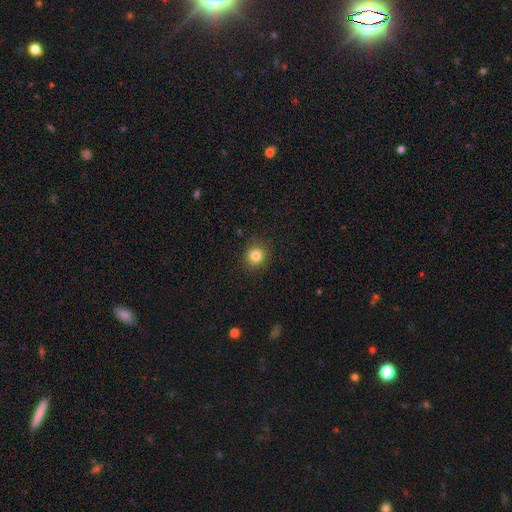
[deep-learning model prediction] smooth-or-featured: smooth: 82% | star or artifact: 12% | featured or disk: 6%
  how-rounded: round: 87% | in between: 12% | cigar-shaped: 1%
  merging: none: 90% | minor disturbance: 7% | major disturbance: 2% | merger: 1%